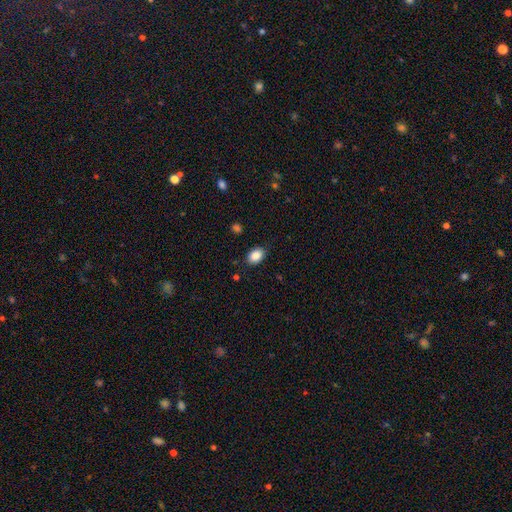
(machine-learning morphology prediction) This appears to be a smooth galaxy with no disk features (88%) that is in between round and cigar-shaped (82%). Merging: none (85%).